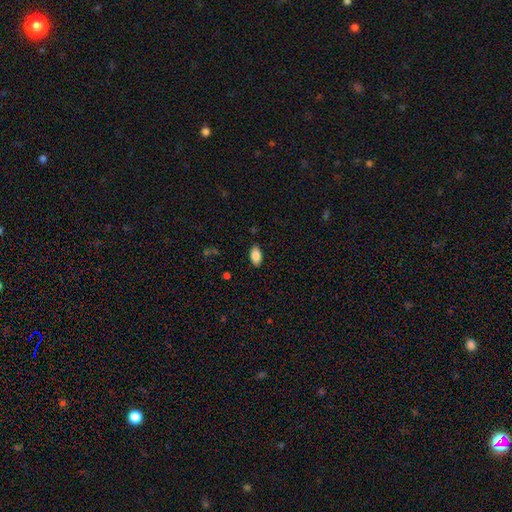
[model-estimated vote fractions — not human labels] smooth 86%, star or artifact 8%, featured or disk 7%. Down the decision tree: how rounded — in between (93%); merging — none (87%).